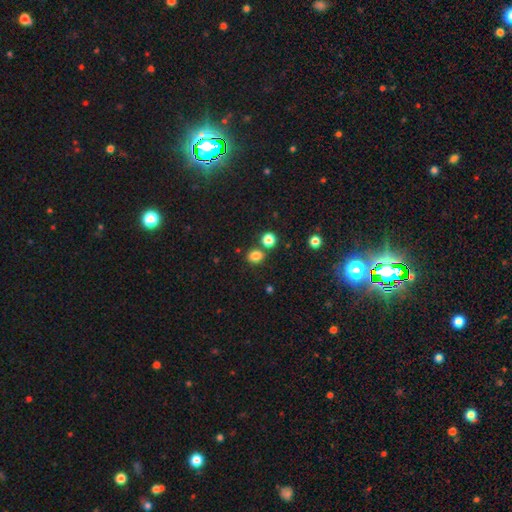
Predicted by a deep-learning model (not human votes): This is clearly a smooth galaxy (82%). How rounded: likely round (64%). Merging: likely none (73%).